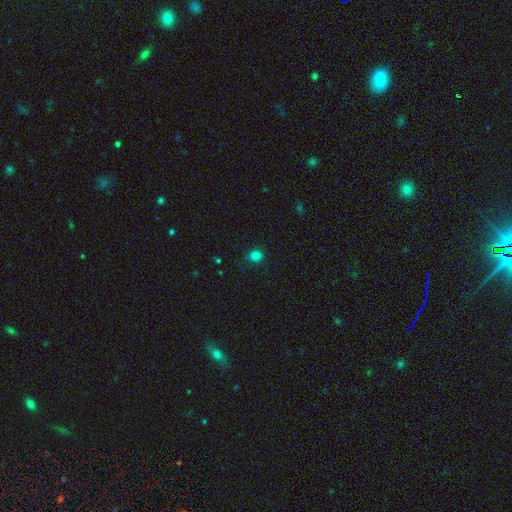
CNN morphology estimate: The model was most divided on "how rounded": round: 80%, in between: 19%, cigar-shaped: 1%. More confident: merging — none (85%); smooth or featured — smooth (81%).